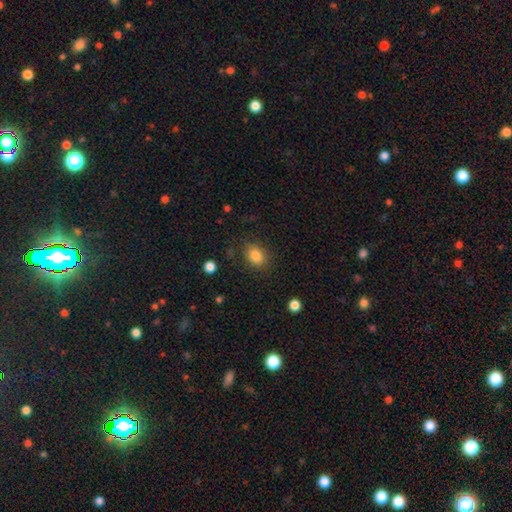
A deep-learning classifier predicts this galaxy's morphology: This is clearly a smooth galaxy (84%). How rounded: possibly in between (55%). Merging: clearly none (82%).